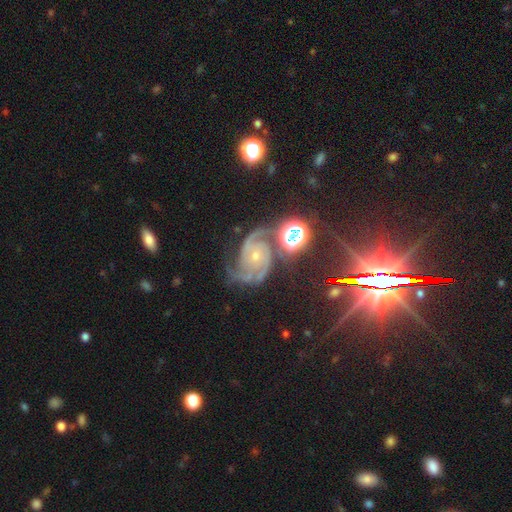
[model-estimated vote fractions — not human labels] Q: Smooth or featured?
A: featured or disk (86%); runner-up: star or artifact (10%)
Q: Edge-on disk?
A: no (98%); runner-up: yes (2%)
Q: Bar?
A: no (74%); runner-up: weak (19%)
Q: Spiral arms?
A: yes (98%); runner-up: no (2%)
Q: Spiral winding?
A: medium (47%); runner-up: tight (44%)
Q: Spiral arm count?
A: 2 (51%); runner-up: 3 (32%)
Q: Bulge size?
A: small (69%); runner-up: moderate (27%)
Q: Merging?
A: none (60%); runner-up: minor disturbance (21%)